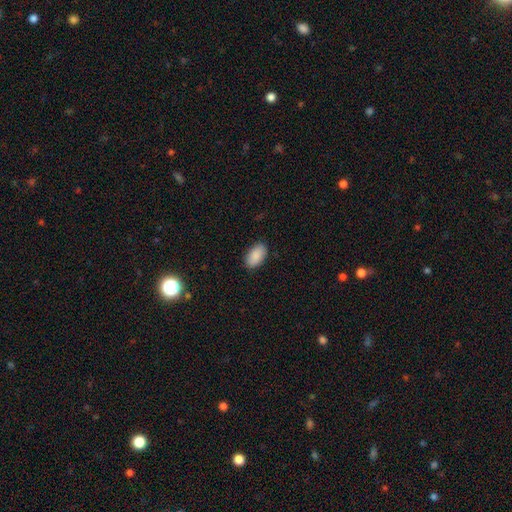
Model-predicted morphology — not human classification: This appears to be a smooth galaxy with no disk features (89%) that is in between round and cigar-shaped (94%). Merging: none (88%).